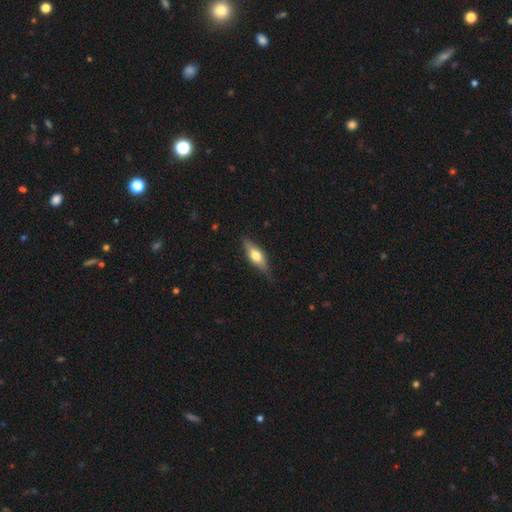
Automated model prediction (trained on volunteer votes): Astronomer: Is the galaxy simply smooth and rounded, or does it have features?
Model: smooth — 57% (runner-up: featured or disk, 37%).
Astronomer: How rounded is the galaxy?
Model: in between — 62%.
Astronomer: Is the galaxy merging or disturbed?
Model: none — 78%.